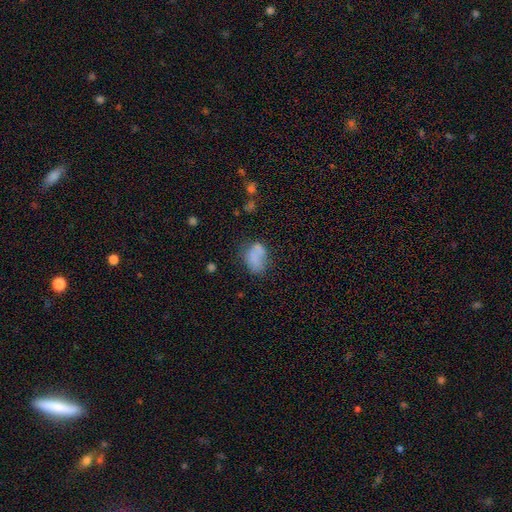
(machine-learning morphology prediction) This appears to be a smooth galaxy with no disk features (70%) that is in between round and cigar-shaped (80%). Merging: none (43%).